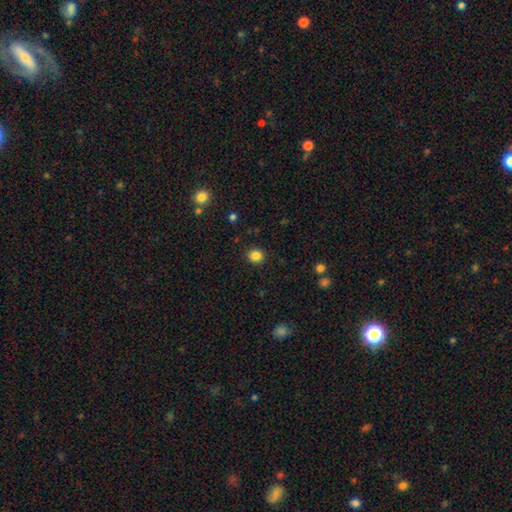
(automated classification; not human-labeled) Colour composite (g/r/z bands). It shows a smooth galaxy with no disk features (84%) that is round (88%). Merging: none (91%).